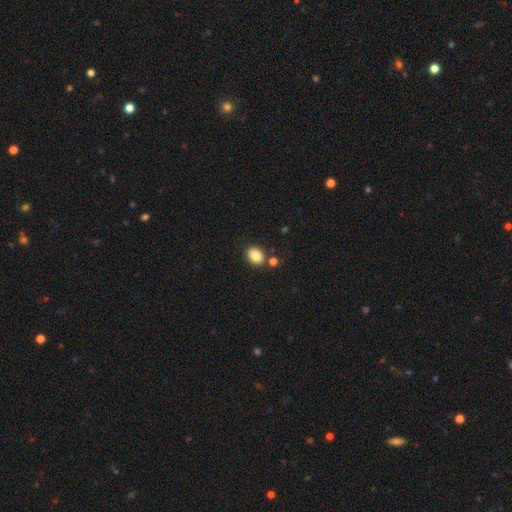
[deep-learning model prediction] smooth-or-featured: smooth: 84% | star or artifact: 9% | featured or disk: 7%
  how-rounded: in between: 62% | round: 37% | cigar-shaped: 1%
  merging: none: 79% | minor disturbance: 9% | merger: 9% | major disturbance: 2%